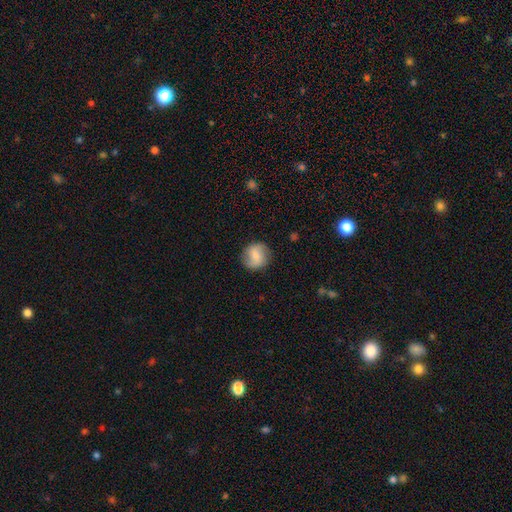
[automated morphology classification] A smooth galaxy with no disk features (67%) that is round (86%). Merging: none (85%).